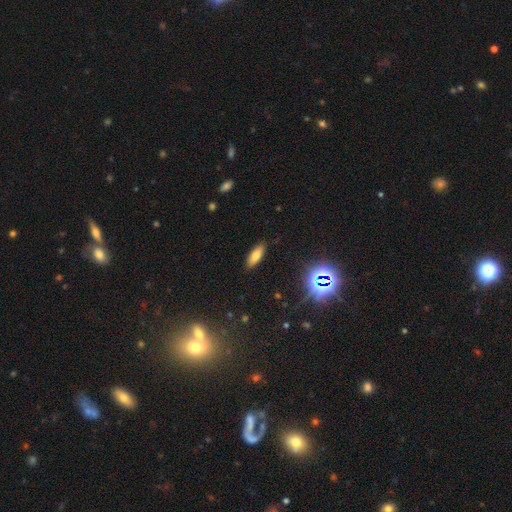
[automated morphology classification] Smooth or featured: smooth — 74% (star or artifact — 13%)
How rounded: in between — 69% (cigar-shaped — 28%)
Merging: none — 88% (minor disturbance — 8%)